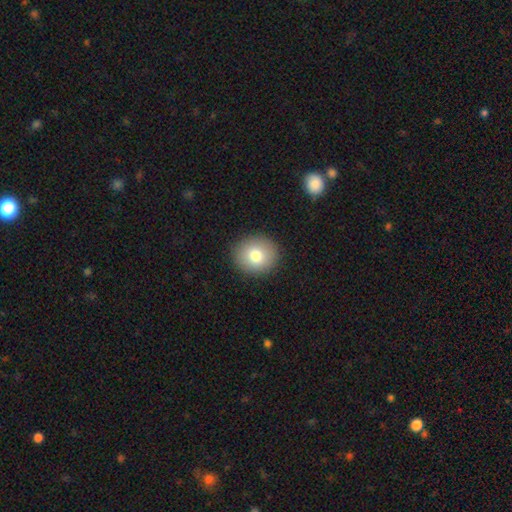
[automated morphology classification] Smooth or featured: smooth — 80% (featured or disk — 11%)
How rounded: round — 84% (in between — 15%)
Merging: none — 91% (minor disturbance — 6%)